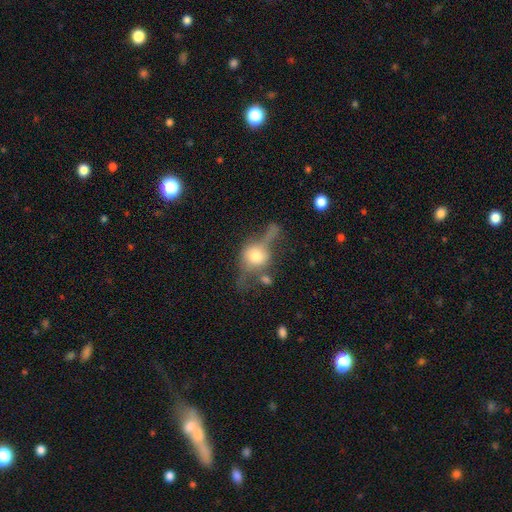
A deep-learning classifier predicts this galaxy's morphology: type=featured or disk (56%); edge-on=yes (68%); merging=none (39%).